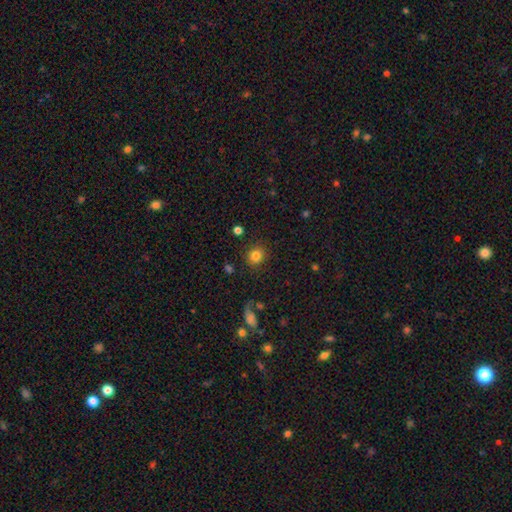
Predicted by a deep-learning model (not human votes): This appears to be a smooth galaxy with no disk features (82%) that is round (86%). Merging: none (87%).